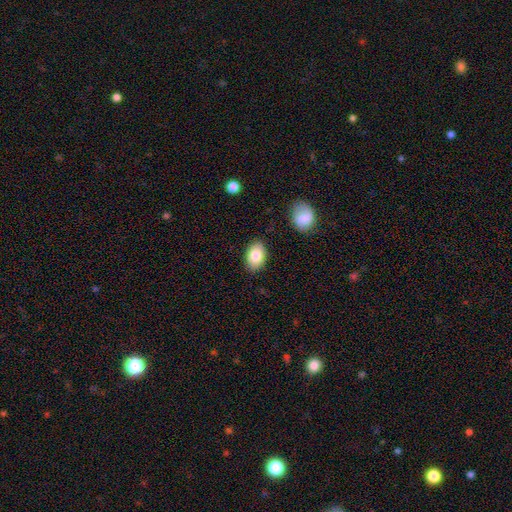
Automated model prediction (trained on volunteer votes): Smooth or featured: smooth — 83% (featured or disk — 10%)
How rounded: in between — 88% (round — 11%)
Merging: none — 85% (minor disturbance — 11%)